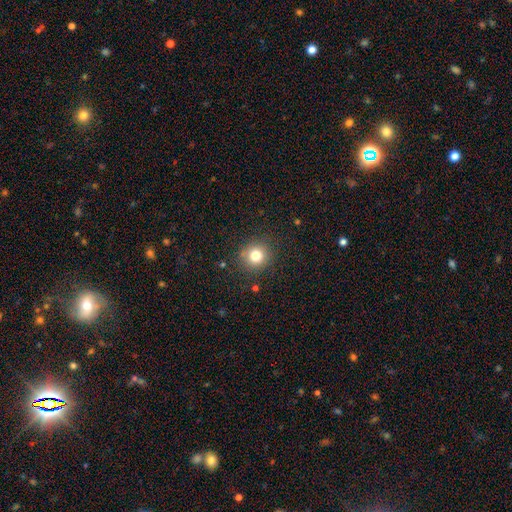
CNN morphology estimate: smooth 79%, star or artifact 13%, featured or disk 8%. Down the decision tree: how rounded — round (90%); merging — none (88%).